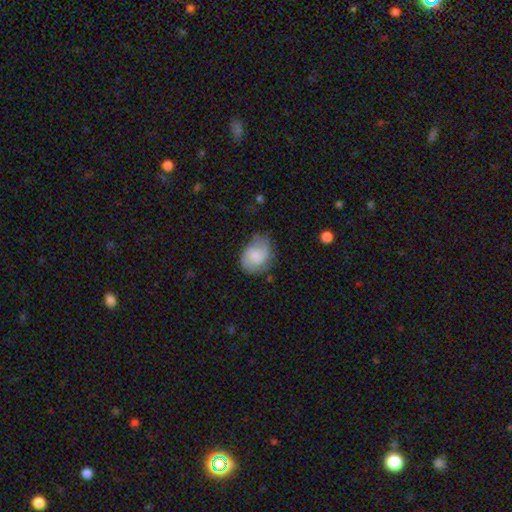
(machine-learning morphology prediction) smooth 70%, featured or disk 23%, star or artifact 7%. Down the decision tree: how rounded — in between (61%); merging — none (52%).